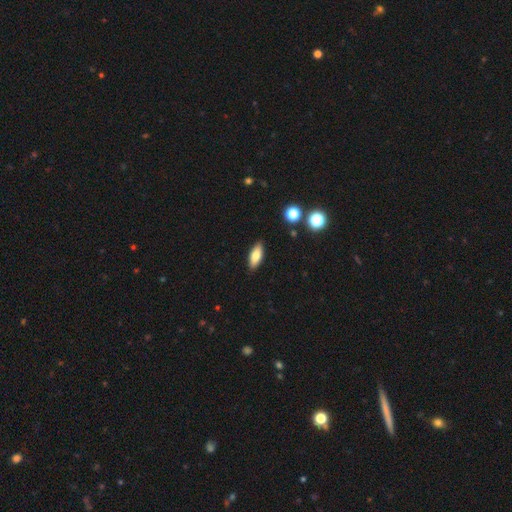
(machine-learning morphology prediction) smooth 77%, featured or disk 15%, star or artifact 8%. Down the decision tree: how rounded — in between (77%); merging — none (88%).